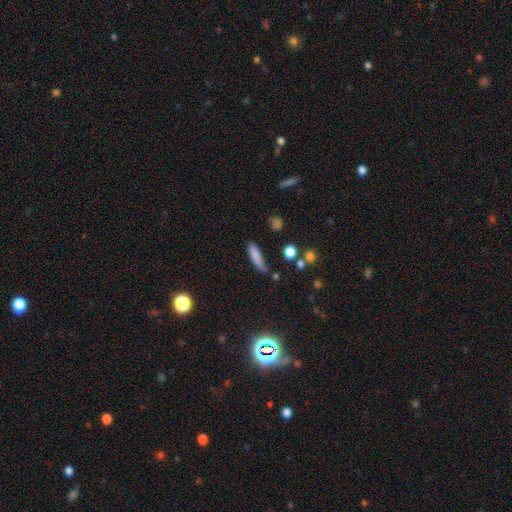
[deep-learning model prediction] smooth_or_featured: smooth (p=0.79) [alt: featured or disk p=0.12]
how_rounded: cigar-shaped (p=0.73) [alt: in between p=0.25]
merging: none (p=0.57) [alt: minor disturbance p=0.28]